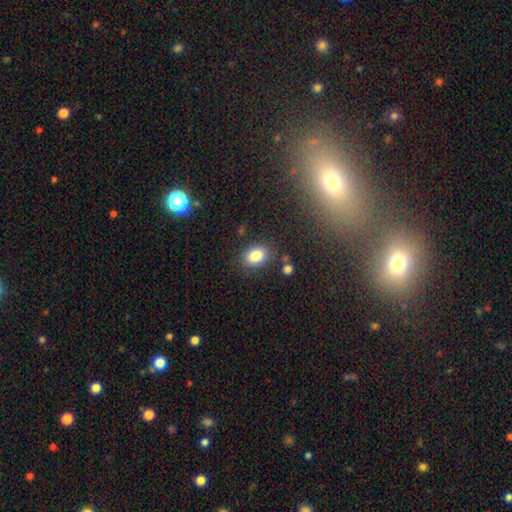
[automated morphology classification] Overall: smooth (84%). How rounded: in between (79%). Merging: none (81%).